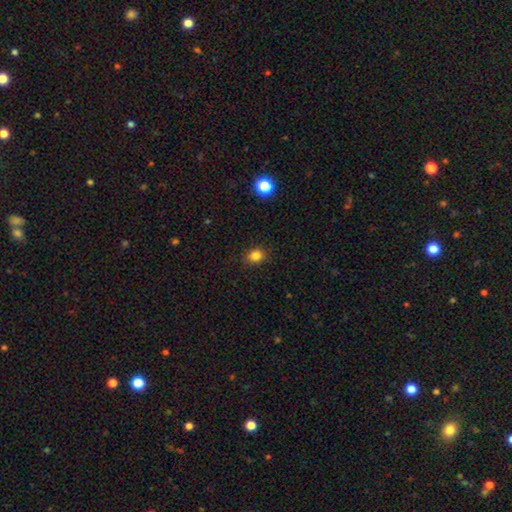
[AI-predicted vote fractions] A smooth galaxy with no disk features (82%) that is round (61%).

Vote fractions:
- Smooth or featured? smooth: 82% / star or artifact: 13% / featured or disk: 5%
- How rounded? round: 61% / in between: 38% / cigar-shaped: 1%
- Merging? none: 85% / minor disturbance: 11% / major disturbance: 3% / merger: 1%